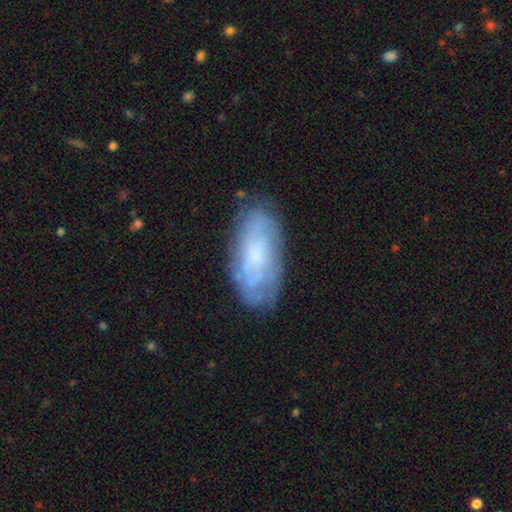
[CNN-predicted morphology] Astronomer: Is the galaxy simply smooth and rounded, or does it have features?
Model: smooth — 47% (runner-up: featured or disk, 46%).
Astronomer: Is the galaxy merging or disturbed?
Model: none — 72%.